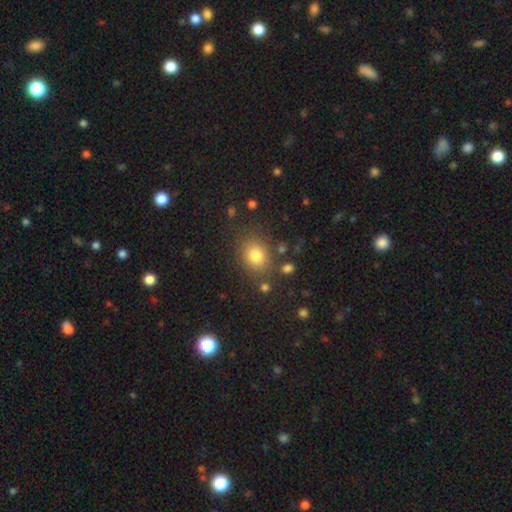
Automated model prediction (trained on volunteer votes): Smooth or featured: smooth — 80% (star or artifact — 12%)
How rounded: round — 57% (in between — 42%)
Merging: none — 80% (minor disturbance — 11%)